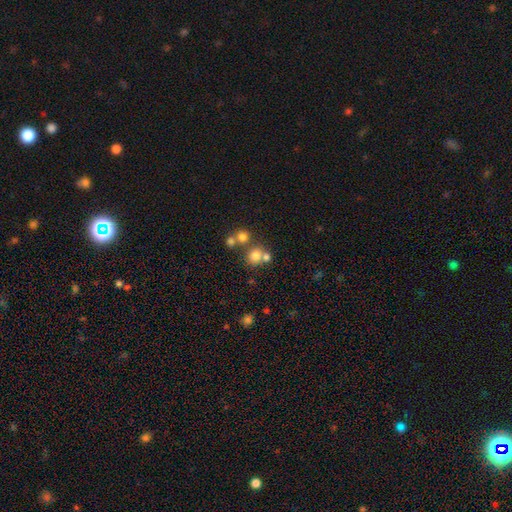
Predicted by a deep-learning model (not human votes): This is likely a smooth galaxy (73%). How rounded: clearly round (84%). Merging: possibly none (54%).